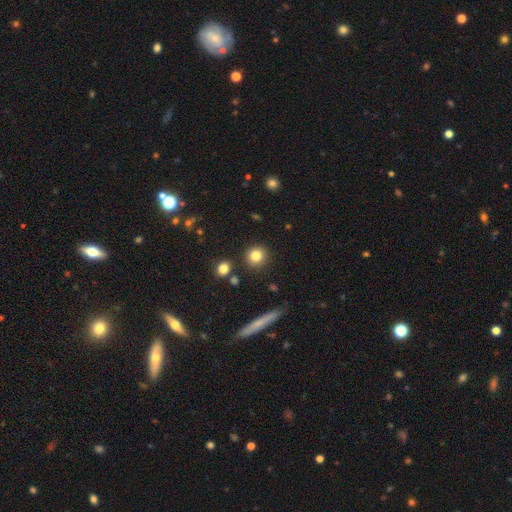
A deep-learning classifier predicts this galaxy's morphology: Overall: smooth (82%). How rounded: round (92%). Merging: none (89%).